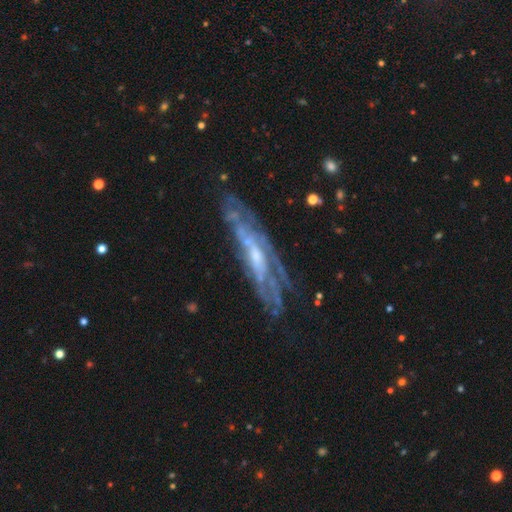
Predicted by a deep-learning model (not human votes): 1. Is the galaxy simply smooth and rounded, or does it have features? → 81% featured or disk, 12% smooth, 8% star or artifact.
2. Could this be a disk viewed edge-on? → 64% no, 36% yes.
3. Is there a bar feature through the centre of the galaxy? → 52% no, 35% weak, 13% strong.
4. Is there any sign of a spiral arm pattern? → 81% yes, 19% no.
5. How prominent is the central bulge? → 55% small, 34% moderate, 6% none, 3% large, 1% dominant.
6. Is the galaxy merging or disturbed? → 67% none, 20% minor disturbance, 10% major disturbance, 3% merger.